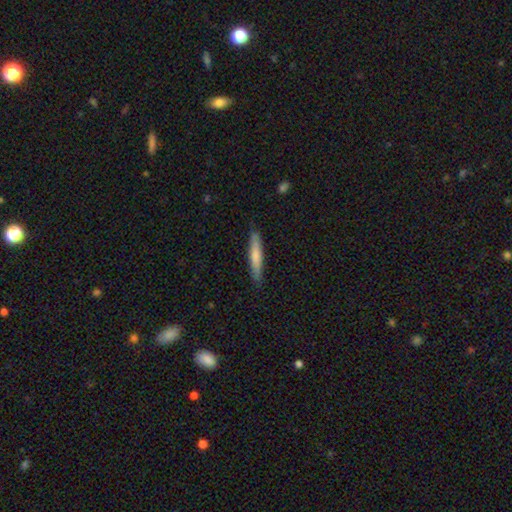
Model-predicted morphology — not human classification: Overall: smooth (70%). How rounded: cigar-shaped (91%). Merging: none (86%).